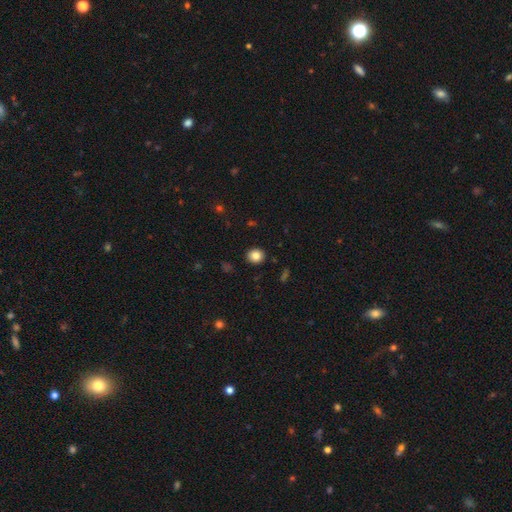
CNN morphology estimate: smooth_or_featured: smooth (p=0.84) [alt: star or artifact p=0.10]
how_rounded: round (p=0.78) [alt: in between p=0.21]
merging: none (p=0.91) [alt: minor disturbance p=0.06]